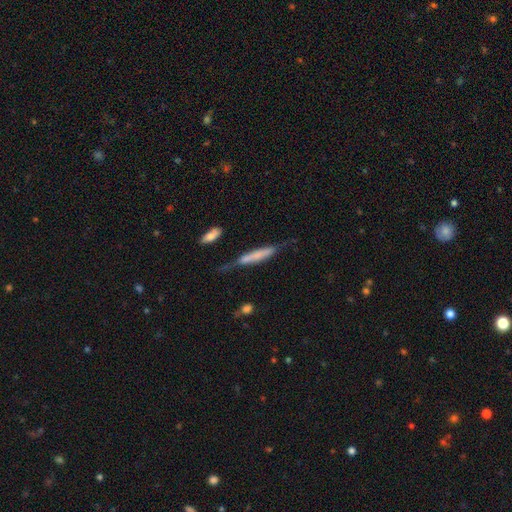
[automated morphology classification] smooth 56%, featured or disk 37%, star or artifact 7%. Down the decision tree: how rounded — cigar-shaped (91%); merging — none (50%).